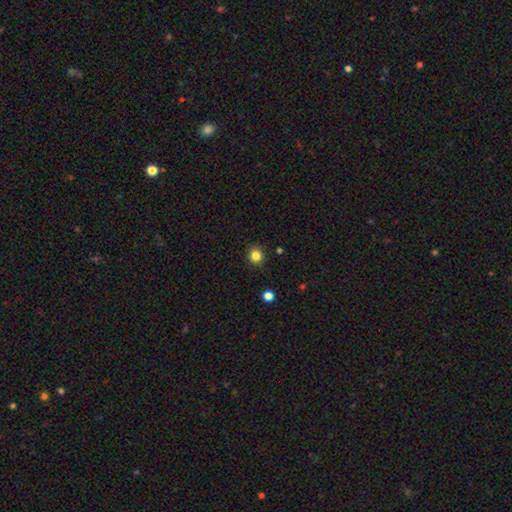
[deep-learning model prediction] smooth 84%, star or artifact 12%, featured or disk 4%. Down the decision tree: how rounded — round (84%); merging — none (90%).